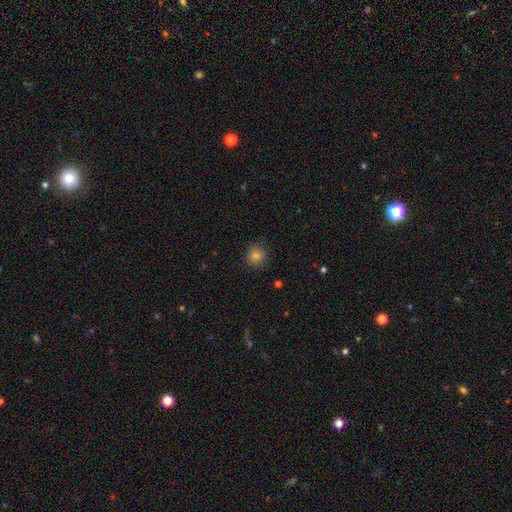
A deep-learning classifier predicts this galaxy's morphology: This is clearly a smooth galaxy (82%). How rounded: clearly round (91%). Merging: clearly none (88%).